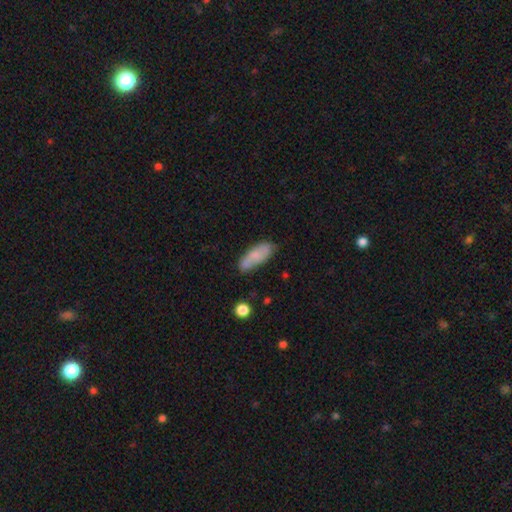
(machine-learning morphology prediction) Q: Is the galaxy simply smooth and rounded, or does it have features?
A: smooth — 69%.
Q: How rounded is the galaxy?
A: in between — 72%.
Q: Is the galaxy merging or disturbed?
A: none — 61%.